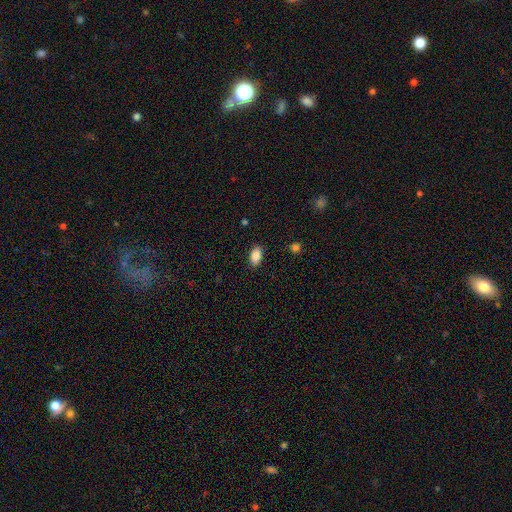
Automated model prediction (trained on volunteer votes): A smooth galaxy with no disk features (87%) that is in between round and cigar-shaped (92%).

Vote fractions:
- Smooth or featured? smooth: 87% / star or artifact: 8% / featured or disk: 5%
- How rounded? in between: 92% / round: 5% / cigar-shaped: 3%
- Merging? none: 88% / minor disturbance: 9% / major disturbance: 2% / merger: 1%